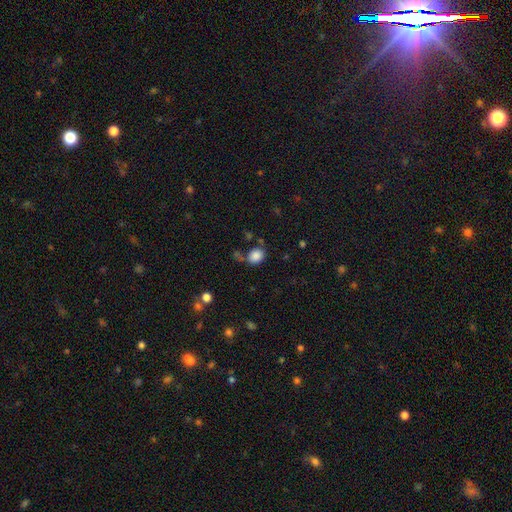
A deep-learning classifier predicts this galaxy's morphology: smooth 85%, star or artifact 10%, featured or disk 5%. Down the decision tree: how rounded — round (59%); merging — none (68%).